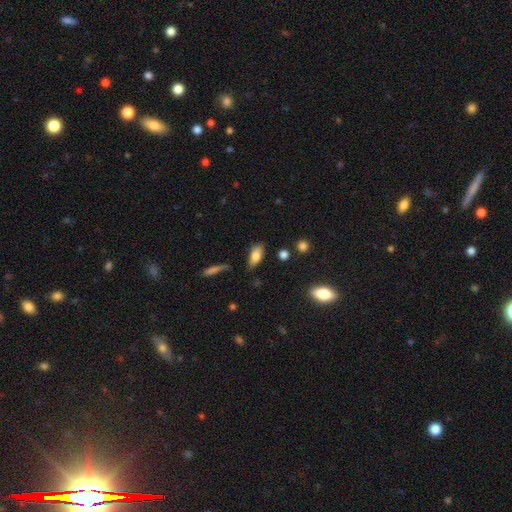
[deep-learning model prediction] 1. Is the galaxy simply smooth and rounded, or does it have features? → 80% smooth, 12% featured or disk, 8% star or artifact.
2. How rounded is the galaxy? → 87% in between, 10% cigar-shaped, 4% round.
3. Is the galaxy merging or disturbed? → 74% none, 18% minor disturbance, 4% major disturbance, 3% merger.